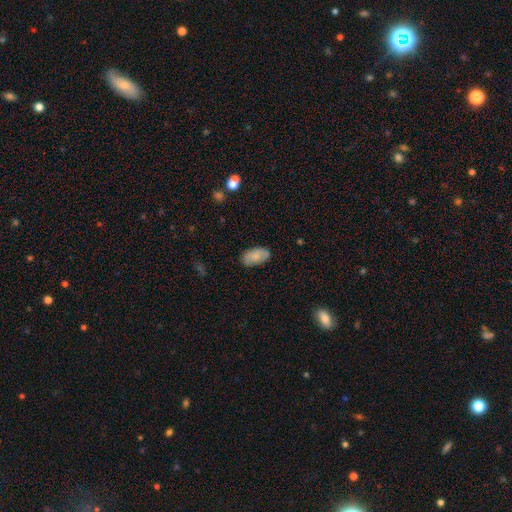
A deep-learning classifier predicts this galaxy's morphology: smooth 82%, featured or disk 12%, star or artifact 7%. Down the decision tree: how rounded — in between (95%); merging — none (82%).